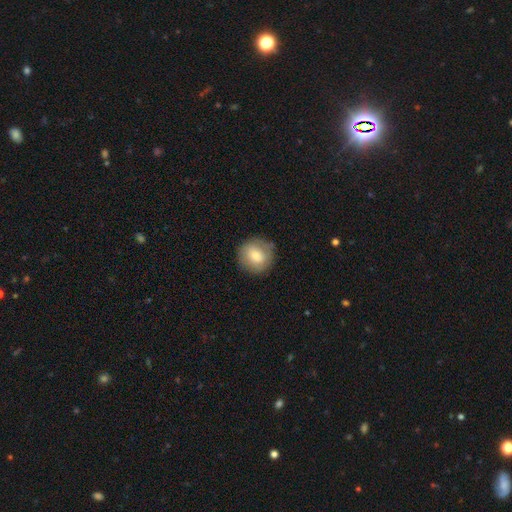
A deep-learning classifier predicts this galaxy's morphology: smooth 76%, featured or disk 16%, star or artifact 7%. Down the decision tree: how rounded — round (89%); merging — none (81%).